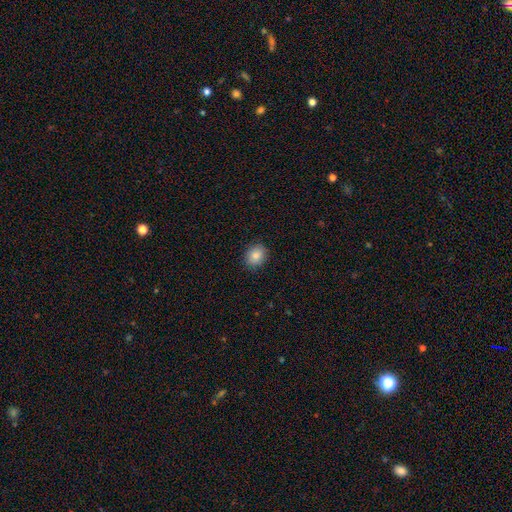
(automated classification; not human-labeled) Smooth or featured? smooth (85%)
How rounded? round (54%)
Merging? none (89%)